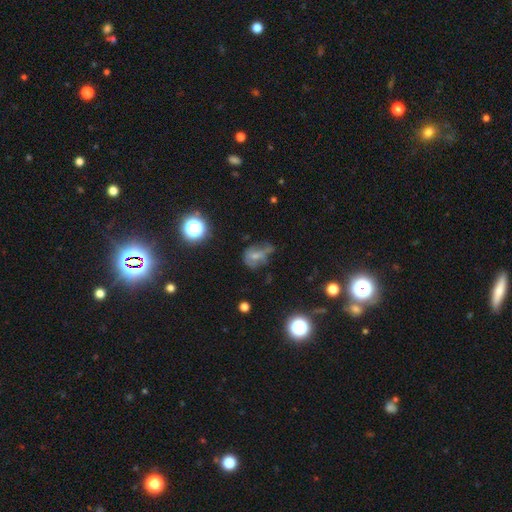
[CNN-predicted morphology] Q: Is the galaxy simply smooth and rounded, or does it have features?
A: smooth — 43%.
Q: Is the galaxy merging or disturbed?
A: none — 34%.